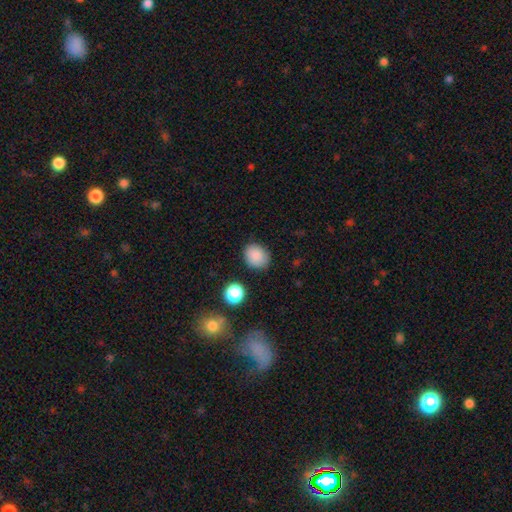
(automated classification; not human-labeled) Smooth or featured? smooth (86%)
How rounded? round (61%)
Merging? none (83%)